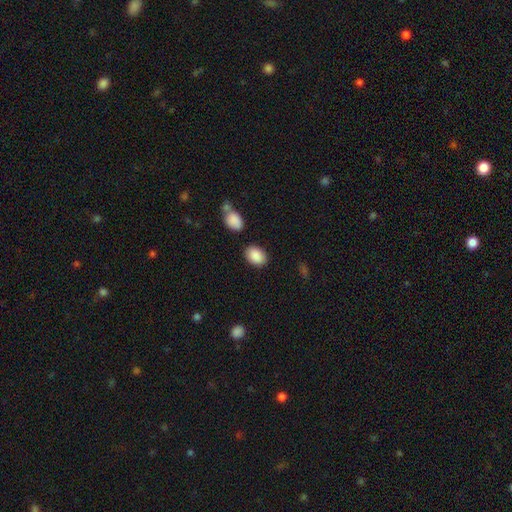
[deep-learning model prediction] smooth_or_featured: smooth (p=0.89) [alt: star or artifact p=0.07]
how_rounded: in between (p=0.78) [alt: round p=0.21]
merging: none (p=0.81) [alt: minor disturbance p=0.11]